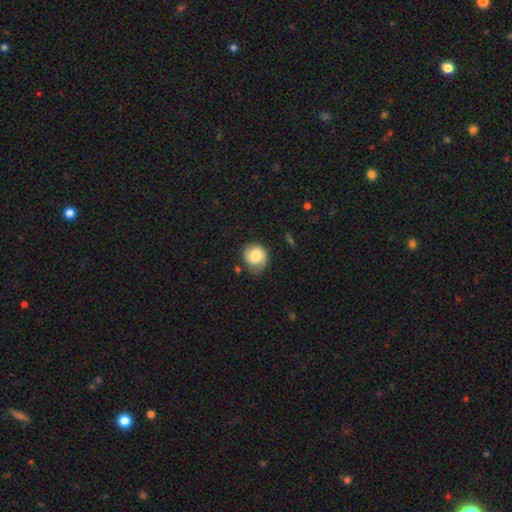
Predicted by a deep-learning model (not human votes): Overall: smooth (52%; featured or disk 41%). How rounded: round (82%). Merging: none (71%).